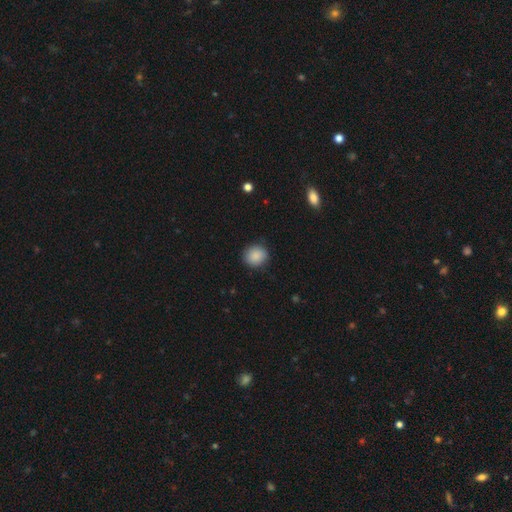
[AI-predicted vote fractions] Morphology: type=smooth (88%); roundness=round (81%); merging=none (87%).